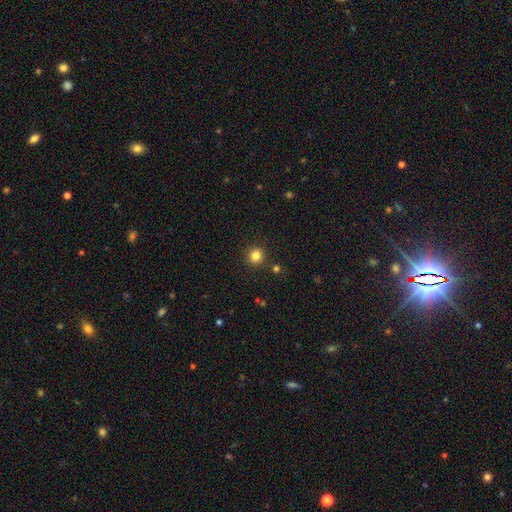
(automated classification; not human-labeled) This is clearly a smooth galaxy (82%). How rounded: clearly round (91%). Merging: clearly none (88%).